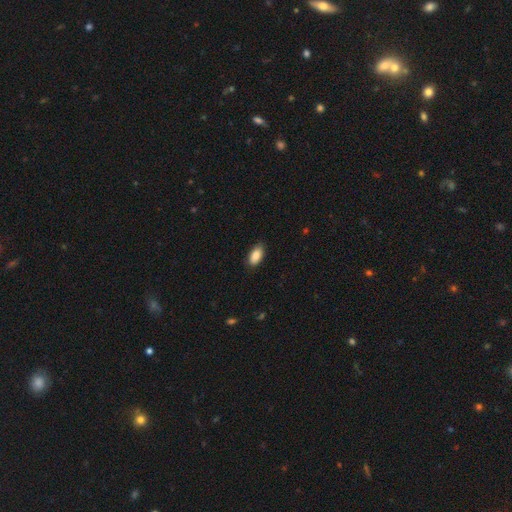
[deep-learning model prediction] smooth_or_featured: smooth (p=0.87) [alt: star or artifact p=0.07]
how_rounded: in between (p=0.92) [alt: cigar-shaped p=0.05]
merging: none (p=0.83) [alt: minor disturbance p=0.14]